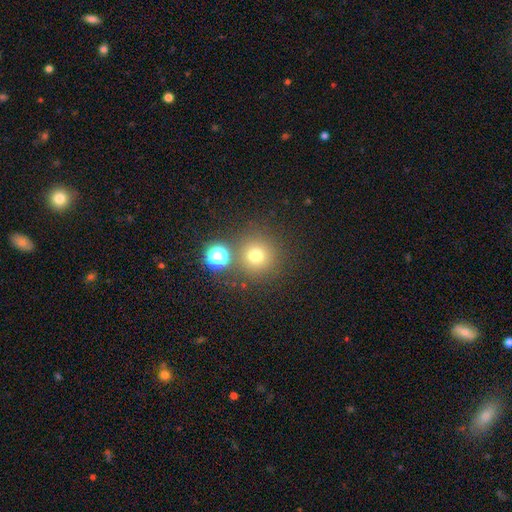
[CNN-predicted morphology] Smooth or featured?
  - smooth: 72% *
  - star or artifact: 19%
  - featured or disk: 9%
How rounded?
  - round: 95% *
  - in between: 4%
  - cigar-shaped: 1%
Merging?
  - none: 80% *
  - merger: 9%
  - minor disturbance: 8%
  - major disturbance: 3%